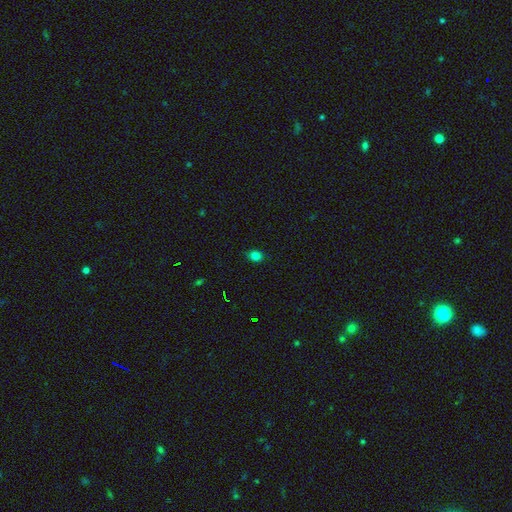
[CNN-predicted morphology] This is likely a smooth galaxy (80%). How rounded: possibly in between (50%). Merging: clearly none (86%).